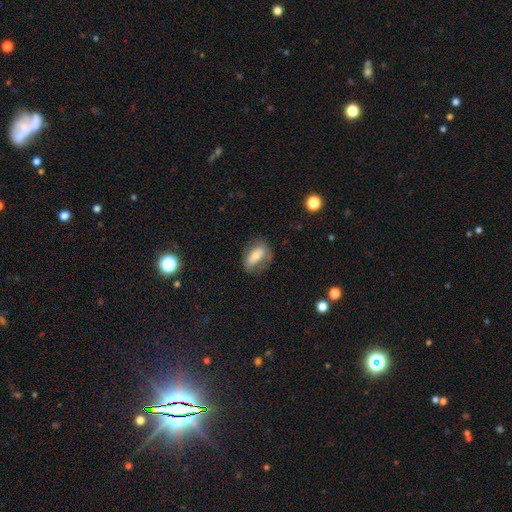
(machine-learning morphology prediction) type=smooth (58%); roundness=in between (83%); merging=none (61%).